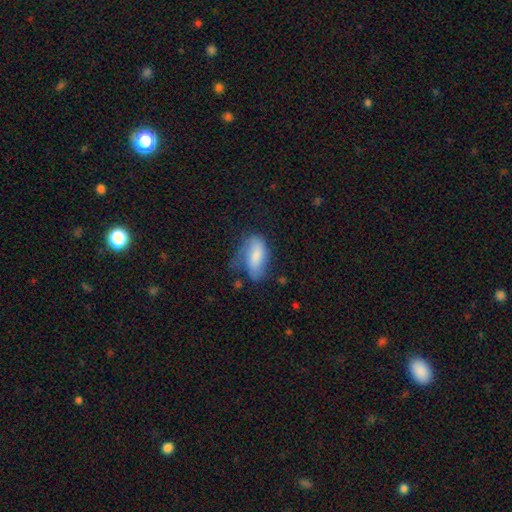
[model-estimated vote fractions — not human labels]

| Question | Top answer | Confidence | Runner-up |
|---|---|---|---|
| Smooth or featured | smooth | 74% | featured or disk (19%) |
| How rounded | in between | 89% | cigar-shaped (8%) |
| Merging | none | 41% | minor disturbance (36%) |